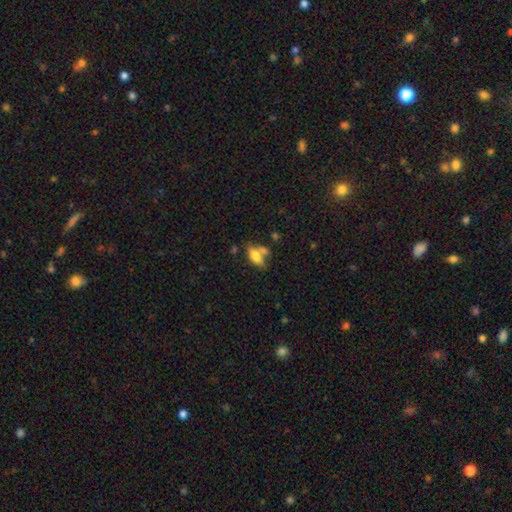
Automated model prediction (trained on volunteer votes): A smooth galaxy with no disk features (70%) that is in between round and cigar-shaped (81%). Merging: none (48%).